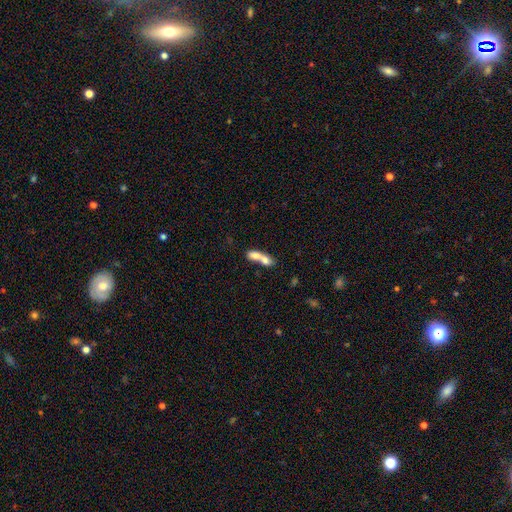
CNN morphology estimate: smooth 69%, featured or disk 23%, star or artifact 8%. Down the decision tree: how rounded — in between (61%); merging — merger (75%).